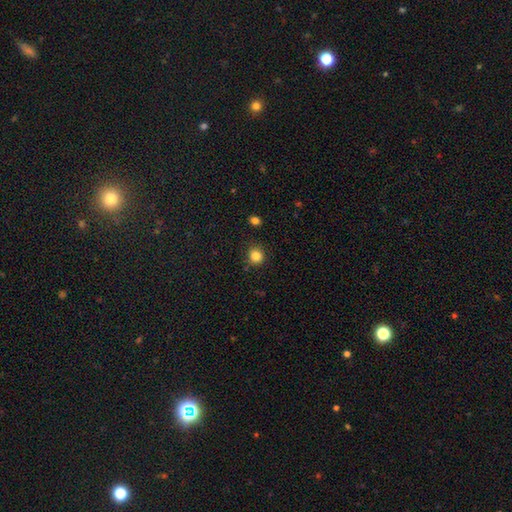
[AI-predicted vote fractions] Q: Smooth or featured?
A: smooth (84%); runner-up: star or artifact (12%)
Q: How rounded?
A: round (91%); runner-up: in between (8%)
Q: Merging?
A: none (87%); runner-up: minor disturbance (8%)